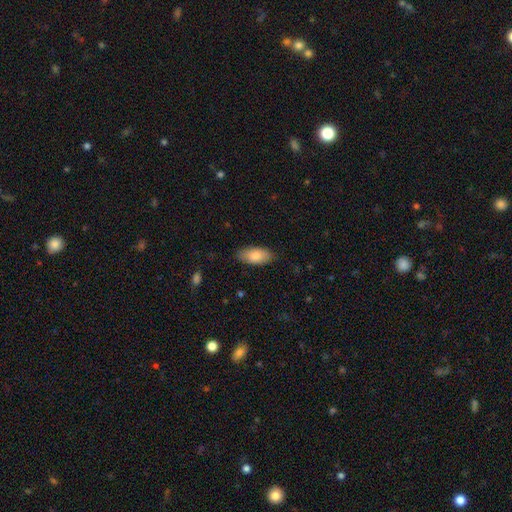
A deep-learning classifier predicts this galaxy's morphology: The model was most divided on "merging": none: 83%, minor disturbance: 13%, major disturbance: 3%, merger: 1%. More confident: how rounded — in between (92%); smooth or featured — smooth (85%).